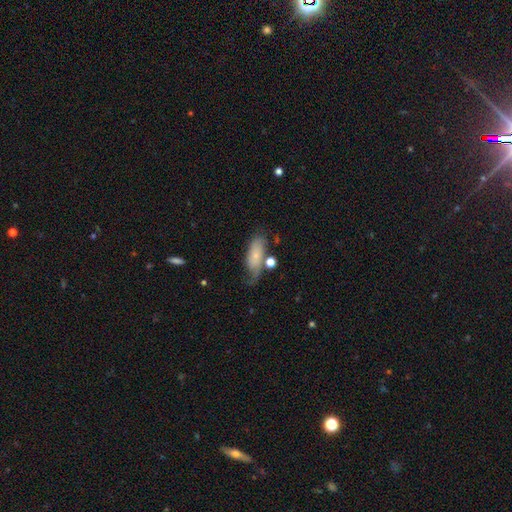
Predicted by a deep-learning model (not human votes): Q: Smooth or featured?
A: smooth (60%); runner-up: featured or disk (32%)
Q: How rounded?
A: in between (78%); runner-up: cigar-shaped (18%)
Q: Merging?
A: none (45%); runner-up: minor disturbance (29%)